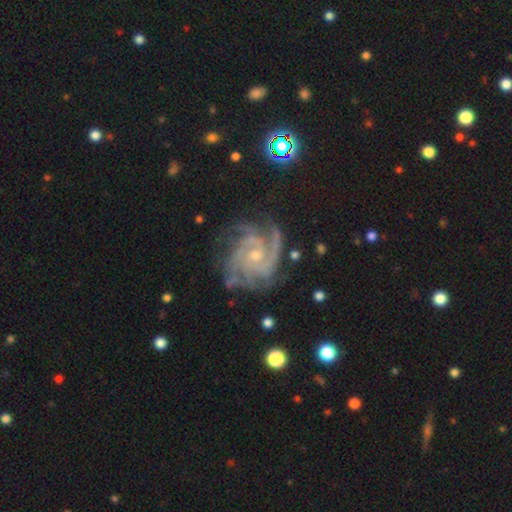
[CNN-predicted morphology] Smooth or featured? featured or disk (92%)
Edge-on disk? no (98%)
Bar? no (70%)
Spiral arms? yes (98%)
Spiral winding? tight (63%)
Spiral arm count? 3 (38%)
Bulge size? small (61%)
Merging? none (69%)